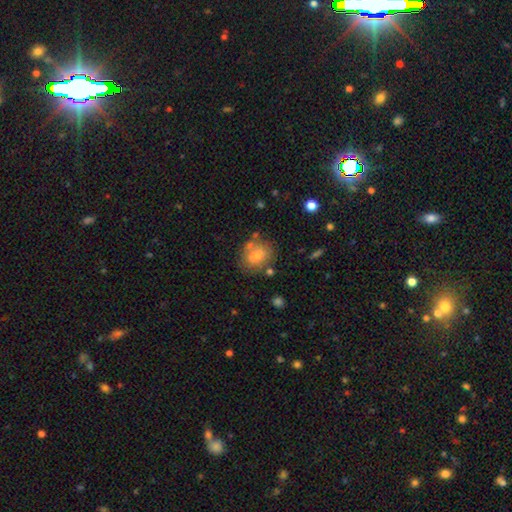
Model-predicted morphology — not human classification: Smooth or featured?
  - smooth: 68% *
  - featured or disk: 22%
  - star or artifact: 9%
How rounded?
  - in between: 65% *
  - round: 33%
  - cigar-shaped: 2%
Merging?
  - none: 59% *
  - minor disturbance: 20%
  - merger: 12%
  - major disturbance: 9%